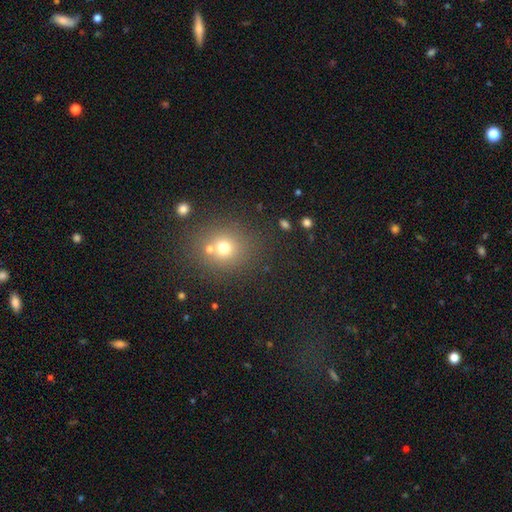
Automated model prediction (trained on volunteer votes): Smooth or featured? smooth (58%)
How rounded? round (78%)
Merging? none (72%)